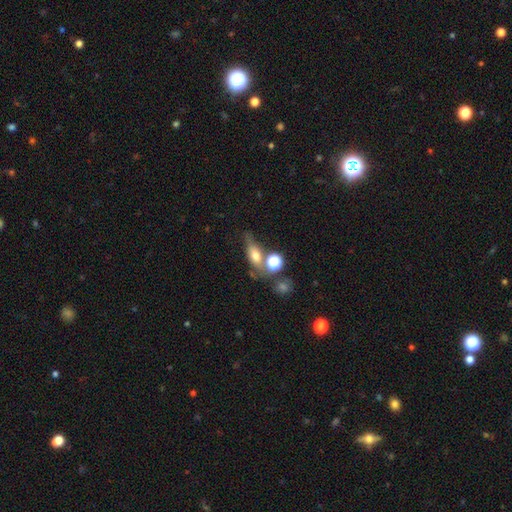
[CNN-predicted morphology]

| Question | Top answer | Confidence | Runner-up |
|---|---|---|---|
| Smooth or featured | smooth | 61% | featured or disk (25%) |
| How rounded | in between | 63% | round (20%) |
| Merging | none | 45% | merger (22%) |